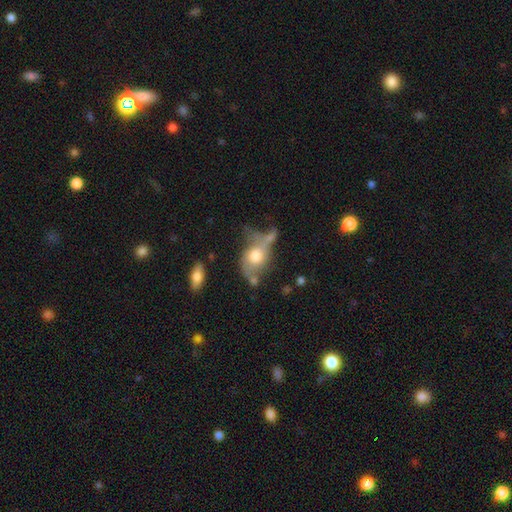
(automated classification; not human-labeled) smooth_or_featured: featured or disk (p=0.51) [alt: smooth p=0.41]
disk_edge_on: no (p=0.92) [alt: yes p=0.08]
merging: none (p=0.34) [alt: minor disturbance p=0.23]